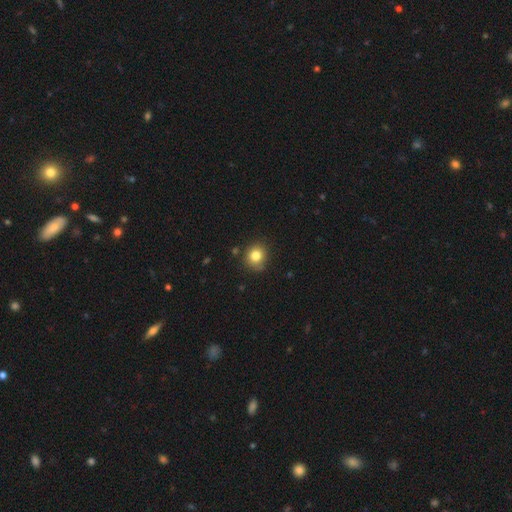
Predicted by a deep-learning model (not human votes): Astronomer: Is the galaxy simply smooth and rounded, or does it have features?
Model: smooth — 82%.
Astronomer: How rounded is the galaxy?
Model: round — 84%.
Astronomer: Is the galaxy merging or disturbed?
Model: none — 82%.